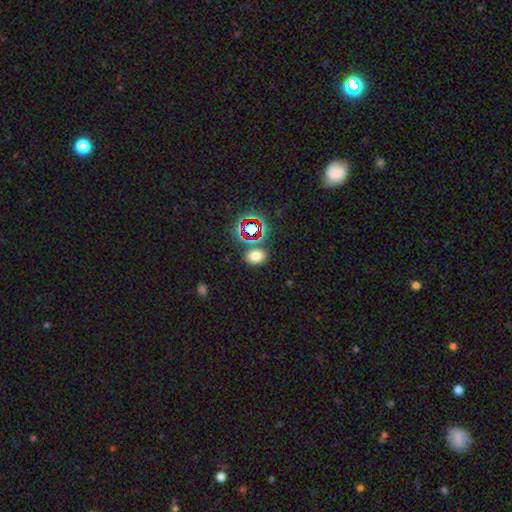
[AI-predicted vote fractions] Q: Smooth or featured?
A: smooth (68%); runner-up: star or artifact (24%)
Q: How rounded?
A: in between (67%); runner-up: round (32%)
Q: Merging?
A: none (76%); runner-up: minor disturbance (11%)